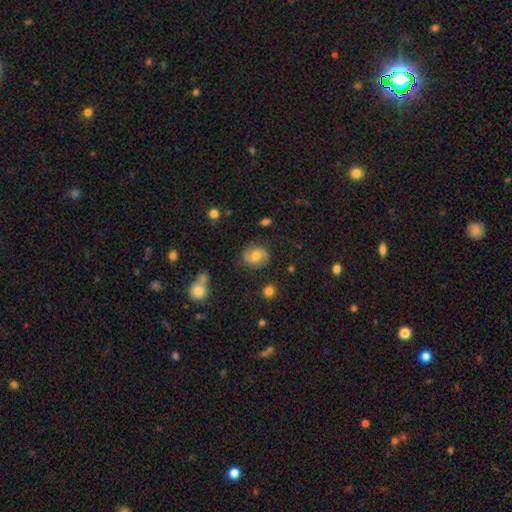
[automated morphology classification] A featured or disk galaxy (62%) with no bar (49%), 2 (91%) medium (51%) spiral arms (90%) and a moderate central bulge (68%). Merging: none (82%).